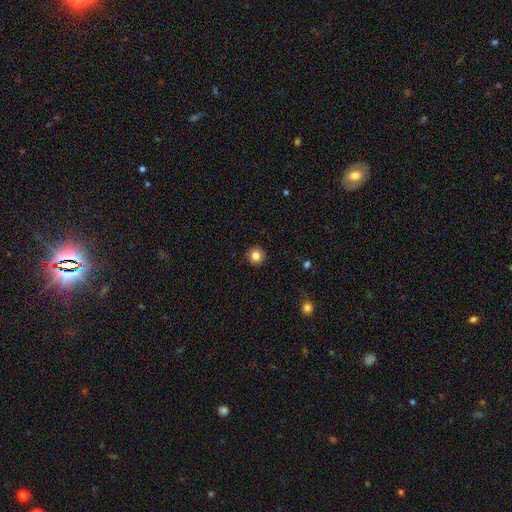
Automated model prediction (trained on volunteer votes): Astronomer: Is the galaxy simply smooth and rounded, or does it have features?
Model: smooth — 82%.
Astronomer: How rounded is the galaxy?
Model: round — 93%.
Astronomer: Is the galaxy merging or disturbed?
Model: none — 91%.